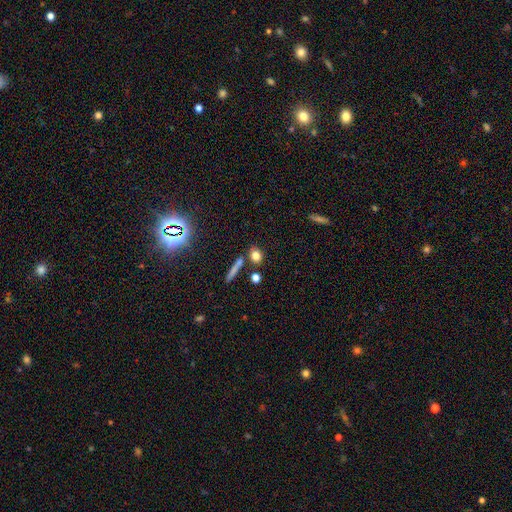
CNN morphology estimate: smooth-or-featured: smooth: 78% | star or artifact: 12% | featured or disk: 10%
  how-rounded: round: 56% | in between: 34% | cigar-shaped: 10%
  merging: none: 71% | merger: 15% | minor disturbance: 10% | major disturbance: 4%